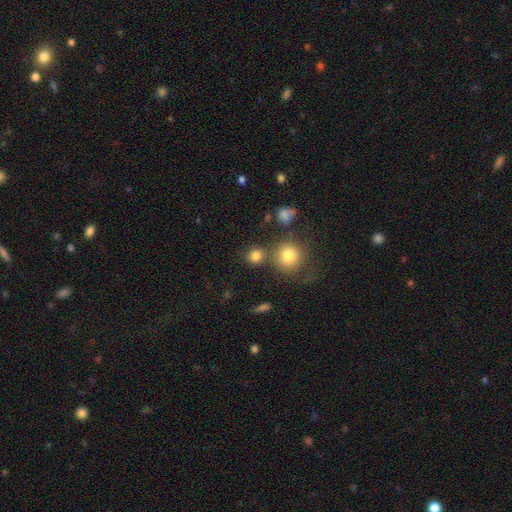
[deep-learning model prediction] Smooth or featured?
  - smooth: 81% *
  - star or artifact: 13%
  - featured or disk: 6%
How rounded?
  - round: 88% *
  - in between: 11%
  - cigar-shaped: 1%
Merging?
  - none: 72% *
  - merger: 16%
  - minor disturbance: 8%
  - major disturbance: 4%